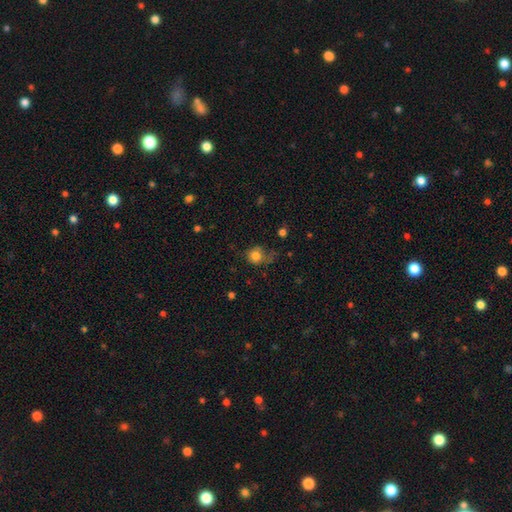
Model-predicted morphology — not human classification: smooth 81%, star or artifact 11%, featured or disk 8%. Down the decision tree: how rounded — round (78%); merging — none (47%).